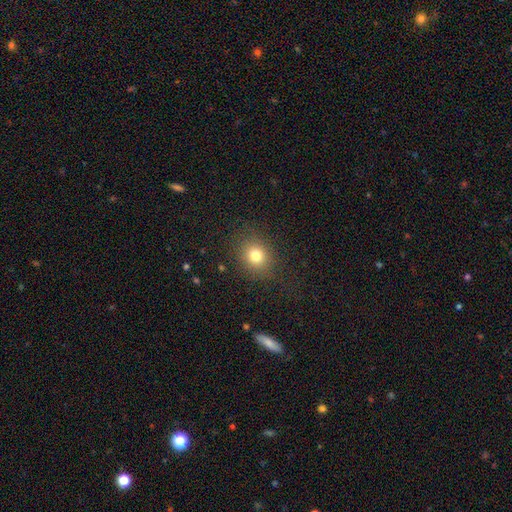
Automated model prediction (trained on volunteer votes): Smooth or featured? Predicted: smooth (p=0.78). How rounded? Predicted: round (p=0.70). Merging? Predicted: none (p=0.85).